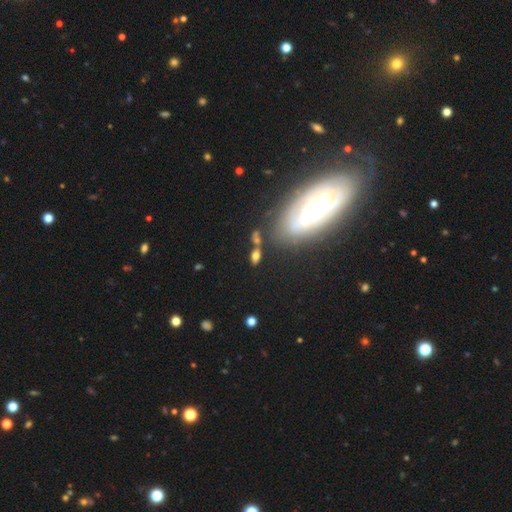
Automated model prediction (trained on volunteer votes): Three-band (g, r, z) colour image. It shows a smooth galaxy with no disk features (63%) that is in between round and cigar-shaped (74%). Merging: none (60%).